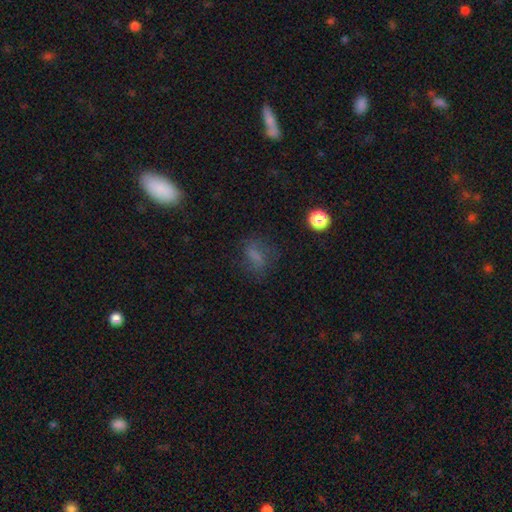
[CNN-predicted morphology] type=smooth (61%); roundness=in between (64%); merging=none (66%).